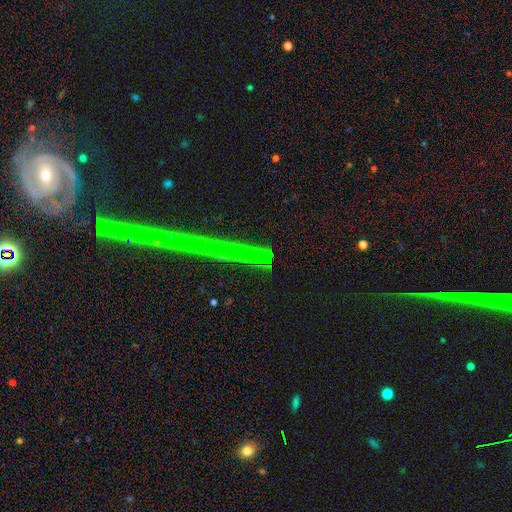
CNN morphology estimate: smooth-or-featured: star or artifact: 74% | featured or disk: 14% | smooth: 12%